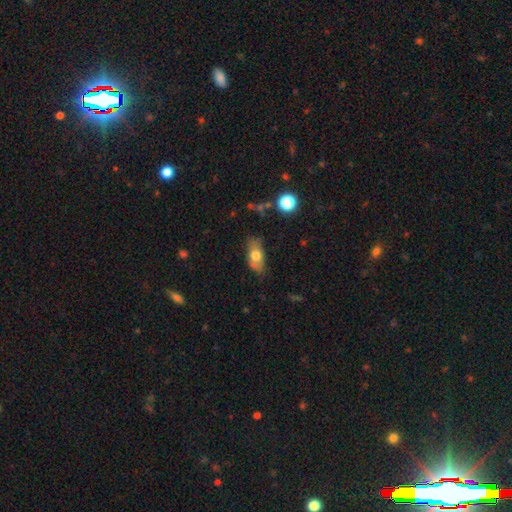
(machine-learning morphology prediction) This is likely a smooth galaxy (68%). How rounded: clearly in between (84%). Merging: likely none (70%).